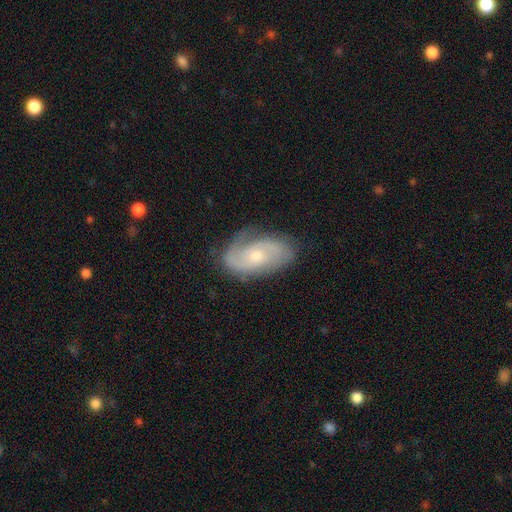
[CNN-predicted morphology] This appears to be a featured or disk galaxy (78%) with no bar (67%), 2 (69%) medium (43%) spiral arms (93%) and a small central bulge (54%). Merging: none (73%).